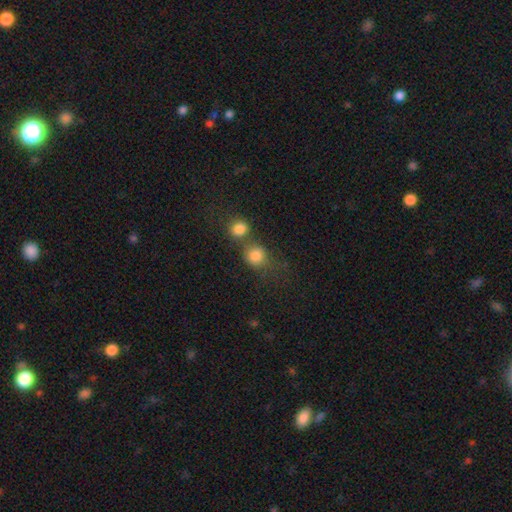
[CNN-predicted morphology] A smooth galaxy with no disk features (81%) that is round (79%).

Vote fractions:
- Smooth or featured? smooth: 81% / star or artifact: 12% / featured or disk: 7%
- How rounded? round: 79% / in between: 19% / cigar-shaped: 1%
- Merging? none: 44% / merger: 39% / minor disturbance: 10% / major disturbance: 6%